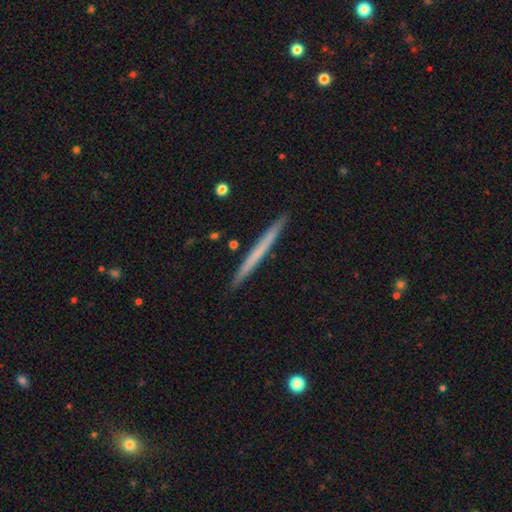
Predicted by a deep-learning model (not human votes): smooth 53%, featured or disk 42%, star or artifact 5%. Down the decision tree: how rounded — cigar-shaped (97%); merging — none (92%).